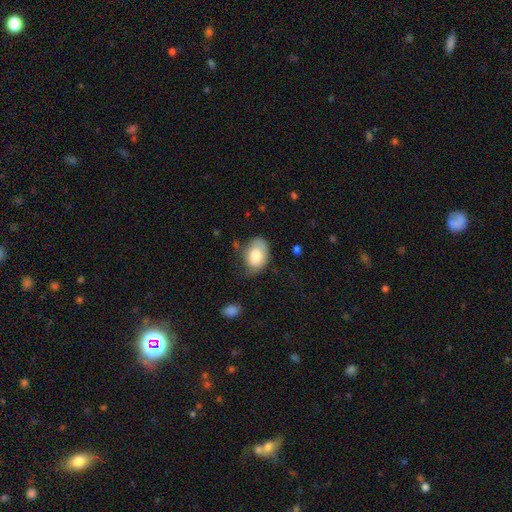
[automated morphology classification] Smooth or featured: smooth — 77% (featured or disk — 16%)
How rounded: in between — 82% (round — 17%)
Merging: none — 55% (minor disturbance — 32%)